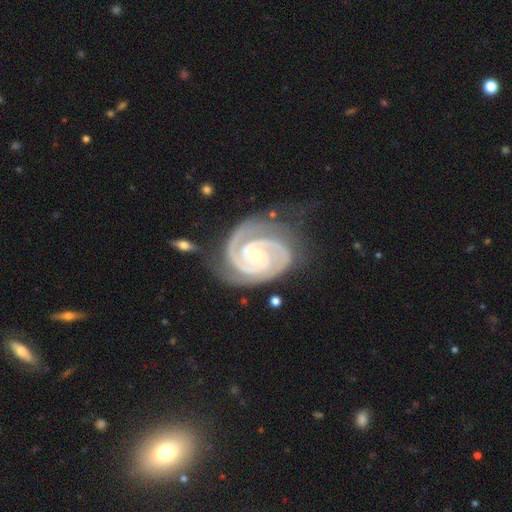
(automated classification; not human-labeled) The model was most divided on "bulge size": small: 66%, moderate: 31%, none: 1%, large: 1%, dominant: 1%. More confident: spiral arms — yes (99%); edge-on disk — no (98%); smooth or featured — featured or disk (94%); spiral winding — tight (79%); spiral arm count — 2 (78%); merging — none (69%); bar — no (66%).